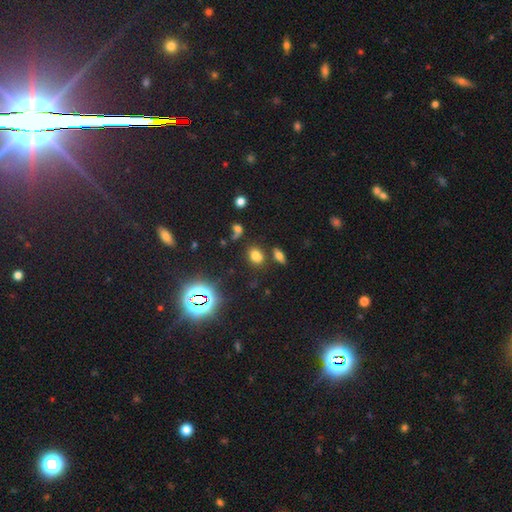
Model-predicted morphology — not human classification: Q: Smooth or featured?
A: smooth (68%); runner-up: star or artifact (24%)
Q: How rounded?
A: in between (65%); runner-up: round (33%)
Q: Merging?
A: none (72%); runner-up: minor disturbance (12%)